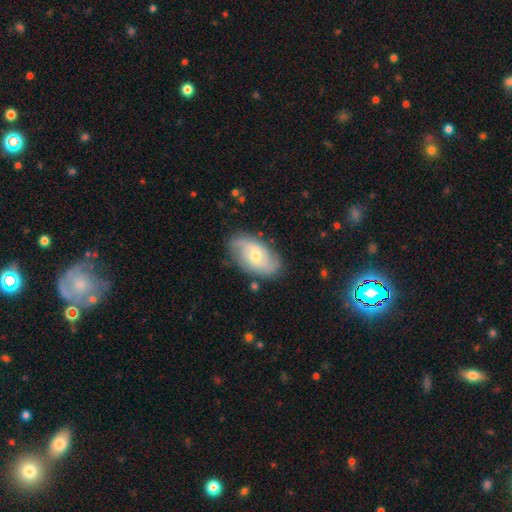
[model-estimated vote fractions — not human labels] This is likely a featured or disk galaxy (76%). It is clearly not viewed edge-on (95%). Bar: possibly weak (47%). Spiral arm pattern: clearly yes (92%). Spiral arm count: likely 2 (60%). Spiral winding: marginally medium (43%). Central bulge: likely moderate (65%). Merging: likely none (79%).